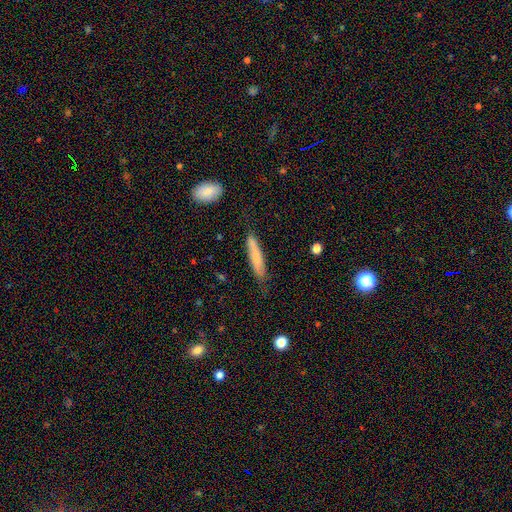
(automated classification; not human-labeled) A smooth galaxy with no disk features (73%) that is cigar-shaped (91%).

Vote fractions:
- Smooth or featured? smooth: 73% / featured or disk: 20% / star or artifact: 6%
- How rounded? cigar-shaped: 91% / in between: 8% / round: 1%
- Merging? none: 76% / minor disturbance: 18% / major disturbance: 3% / merger: 2%